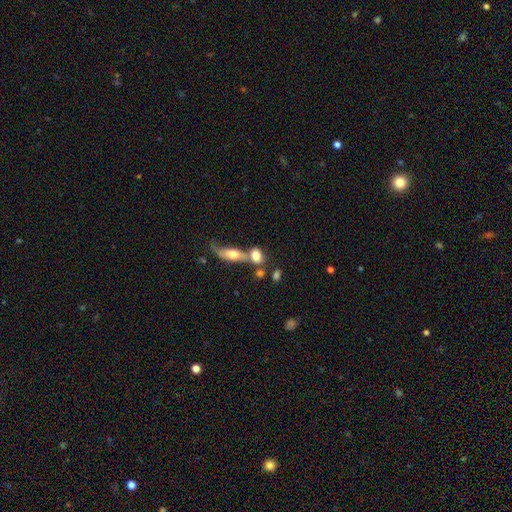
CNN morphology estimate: A smooth galaxy with no disk features (73%) that is in between round and cigar-shaped (70%). Merging: merger (54%).